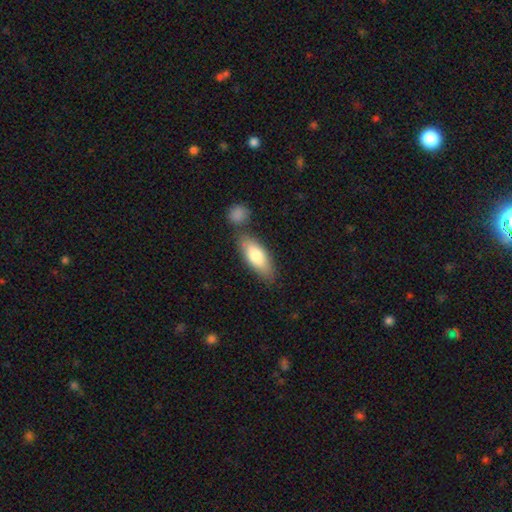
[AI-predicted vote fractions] This is likely a smooth galaxy (75%). How rounded: likely in between (72%). Merging: likely none (66%).